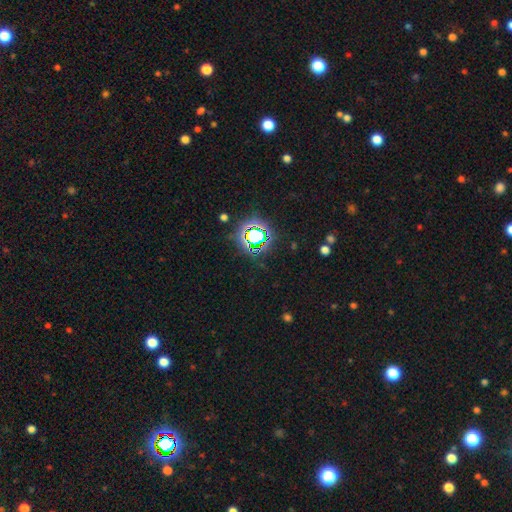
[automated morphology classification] type=star or artifact (80%).